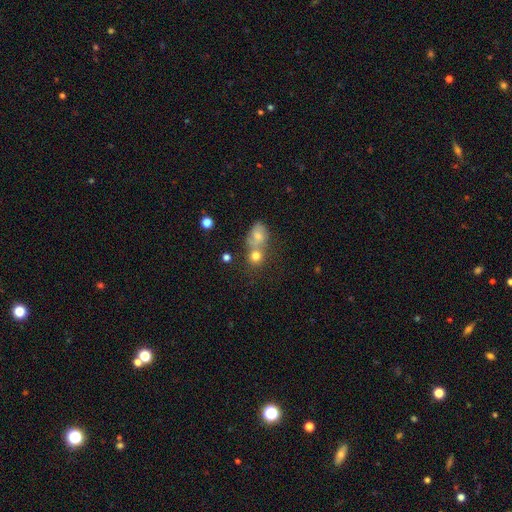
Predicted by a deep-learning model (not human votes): The model was most divided on "merging": merger: 45%, none: 42%, minor disturbance: 9%, major disturbance: 4%. More confident: how rounded — round (78%); smooth or featured — smooth (73%).